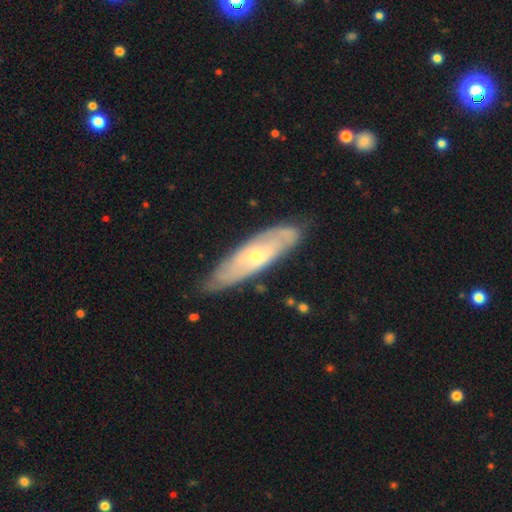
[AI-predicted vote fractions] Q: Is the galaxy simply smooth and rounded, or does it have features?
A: featured or disk — 69%.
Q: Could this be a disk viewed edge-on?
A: no — 69%.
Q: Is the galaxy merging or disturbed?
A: none — 77%.